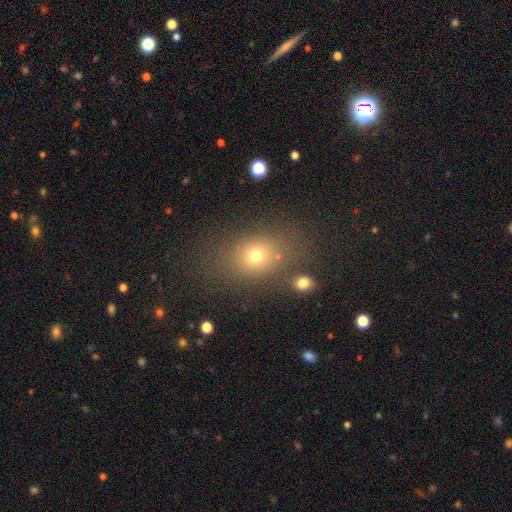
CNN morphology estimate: Overall: smooth (69%). How rounded: in between (56%; round 43%). Merging: none (76%).